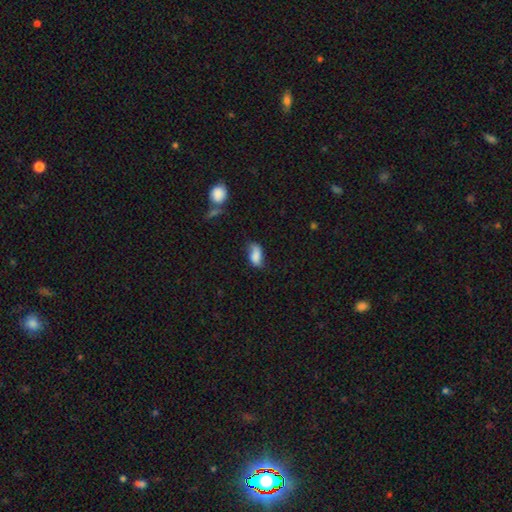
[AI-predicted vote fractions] A smooth galaxy with no disk features (78%) that is in between round and cigar-shaped (88%). Merging: none (52%).